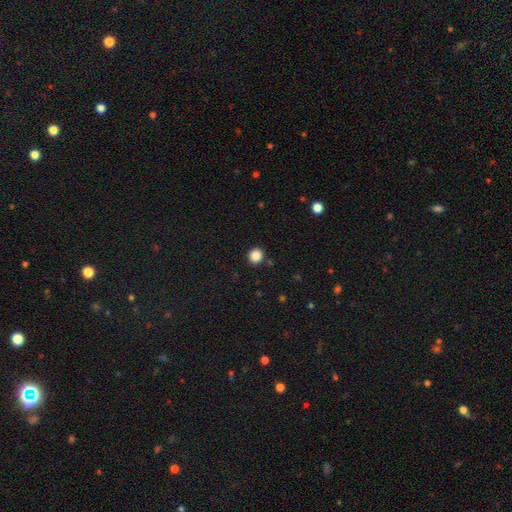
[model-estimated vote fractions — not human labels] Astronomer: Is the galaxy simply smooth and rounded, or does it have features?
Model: smooth — 87%.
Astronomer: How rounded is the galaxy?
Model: round — 89%.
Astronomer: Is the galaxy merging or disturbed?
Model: none — 91%.